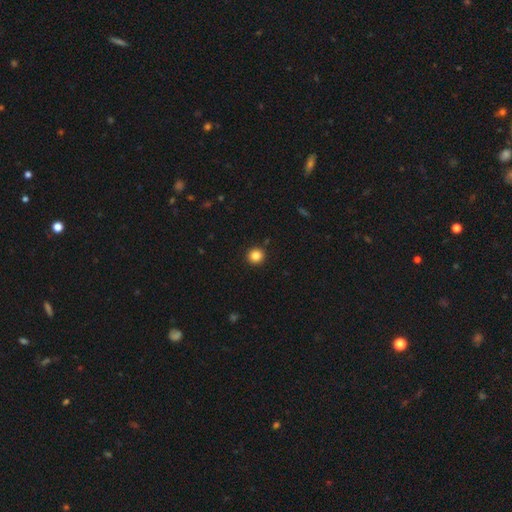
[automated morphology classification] smooth-or-featured: smooth: 84% | star or artifact: 11% | featured or disk: 4%
  how-rounded: round: 94% | in between: 5% | cigar-shaped: 1%
  merging: none: 92% | minor disturbance: 5% | major disturbance: 2% | merger: 1%